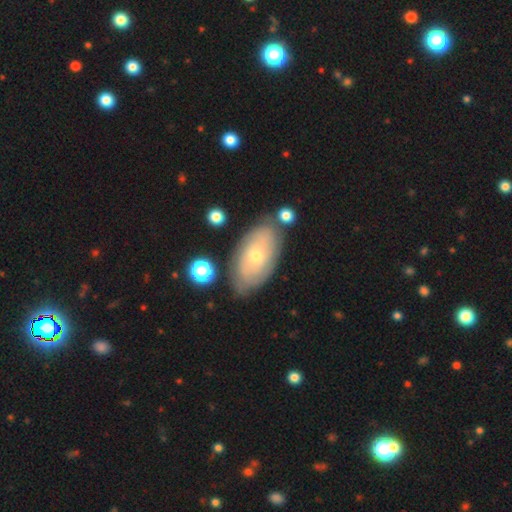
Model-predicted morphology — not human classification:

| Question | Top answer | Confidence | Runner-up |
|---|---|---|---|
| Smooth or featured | featured or disk | 52% | smooth (41%) |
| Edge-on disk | no | 89% | yes (11%) |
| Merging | none | 73% | minor disturbance (18%) |